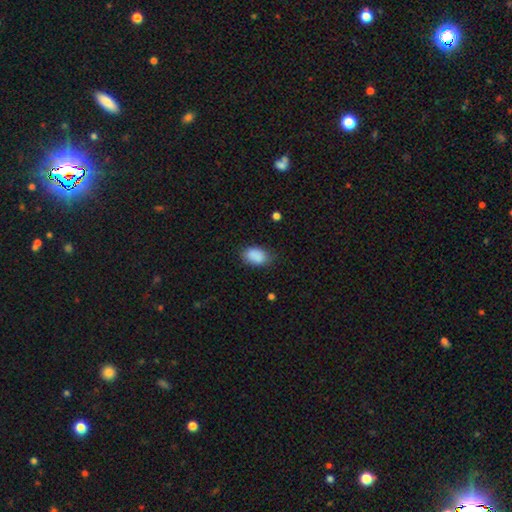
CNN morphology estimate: This is clearly a smooth galaxy (88%). How rounded: clearly in between (86%). Merging: likely none (72%).